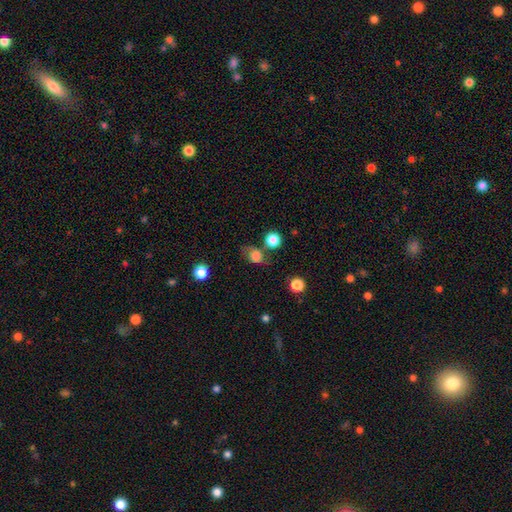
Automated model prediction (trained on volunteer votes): smooth-or-featured: smooth: 74% | featured or disk: 14% | star or artifact: 12%
  how-rounded: round: 58% | in between: 40% | cigar-shaped: 2%
  merging: none: 49% | minor disturbance: 22% | merger: 15% | major disturbance: 13%